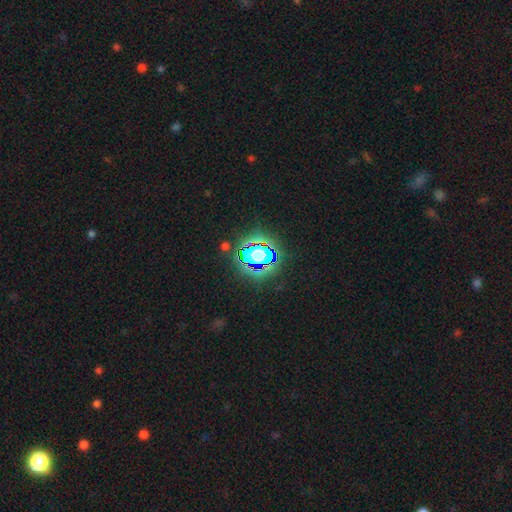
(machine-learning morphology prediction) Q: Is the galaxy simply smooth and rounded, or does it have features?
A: star or artifact — 66%.